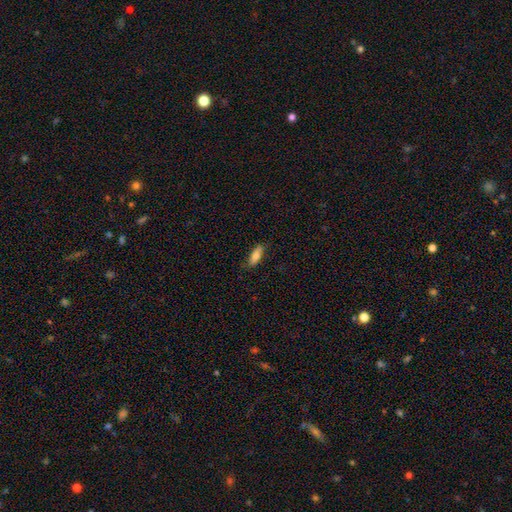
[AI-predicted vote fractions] Smooth or featured?
  - smooth: 78% *
  - featured or disk: 15%
  - star or artifact: 6%
How rounded?
  - in between: 61% *
  - cigar-shaped: 36%
  - round: 2%
Merging?
  - none: 81% *
  - minor disturbance: 15%
  - major disturbance: 3%
  - merger: 1%